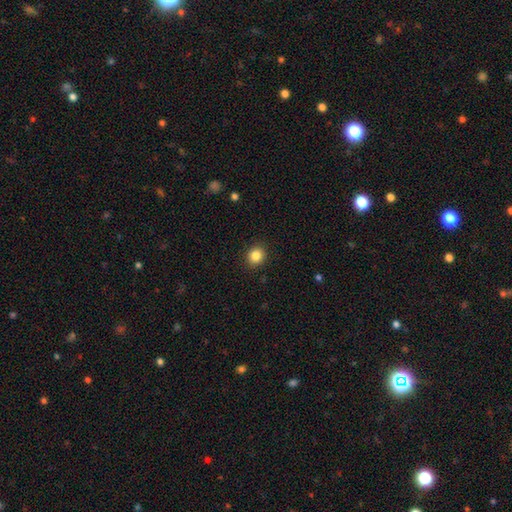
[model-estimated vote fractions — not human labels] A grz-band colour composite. It shows a smooth galaxy with no disk features (85%) that is round (81%). Merging: none (91%).